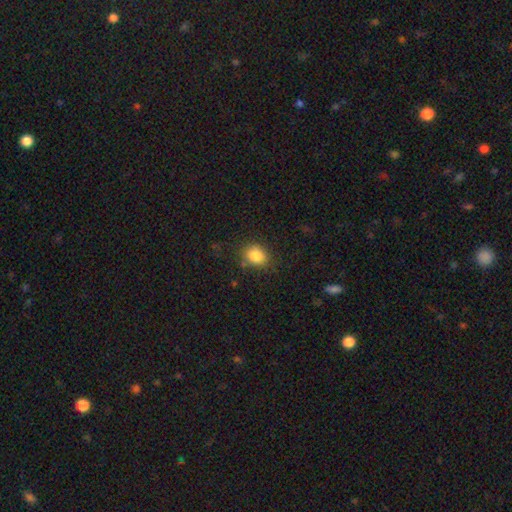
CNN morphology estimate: smooth_or_featured: smooth (p=0.84) [alt: star or artifact p=0.10]
how_rounded: in between (p=0.52) [alt: round p=0.47]
merging: none (p=0.79) [alt: minor disturbance p=0.14]